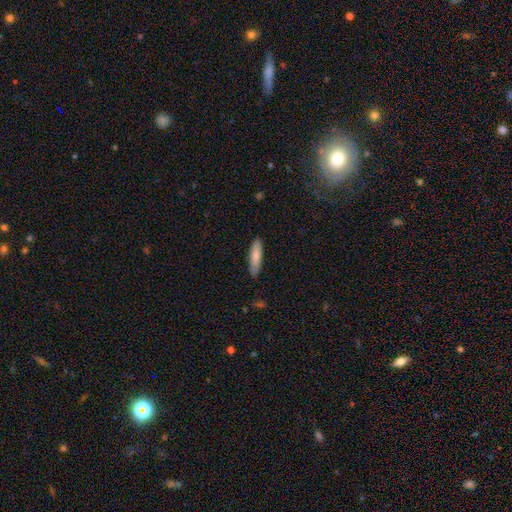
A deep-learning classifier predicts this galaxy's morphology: Smooth or featured: smooth — 80% (featured or disk — 15%)
How rounded: cigar-shaped — 69% (in between — 30%)
Merging: none — 84% (minor disturbance — 12%)